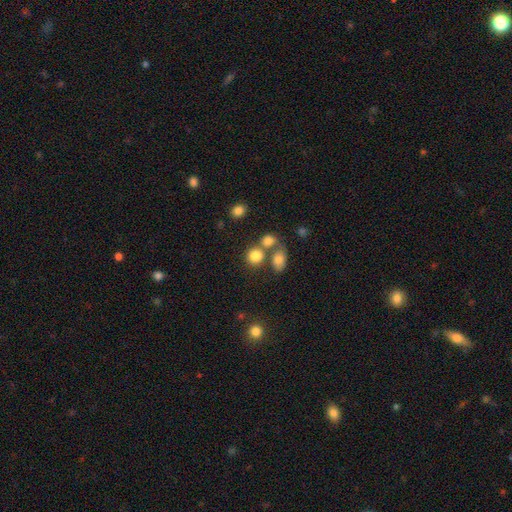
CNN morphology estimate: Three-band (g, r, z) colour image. It shows a smooth galaxy with no disk features (80%) that is round (78%). Merging: none (52%).